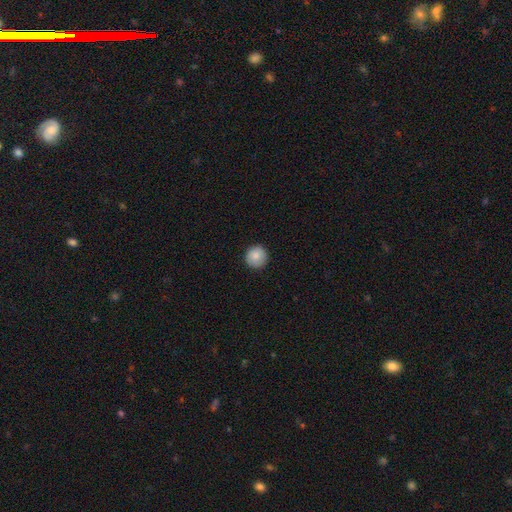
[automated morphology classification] smooth 86%, star or artifact 8%, featured or disk 6%. Down the decision tree: how rounded — round (95%); merging — none (90%).